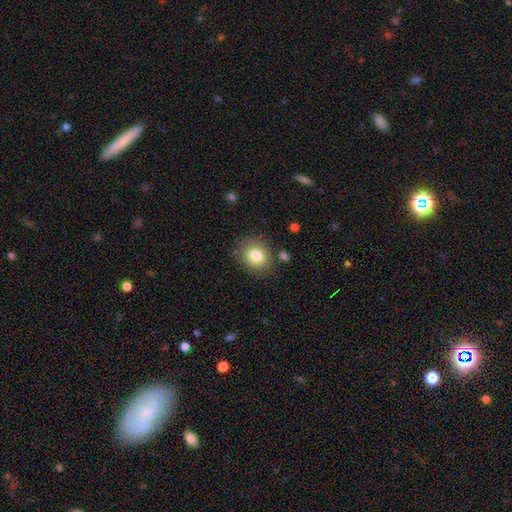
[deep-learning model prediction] Smooth or featured: smooth — 82% (star or artifact — 9%)
How rounded: round — 67% (in between — 32%)
Merging: none — 81% (minor disturbance — 12%)